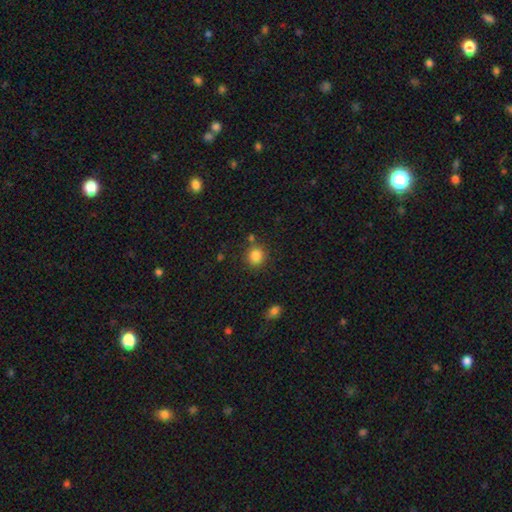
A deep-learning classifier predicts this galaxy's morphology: Overall: smooth (85%). How rounded: round (85%). Merging: none (79%).